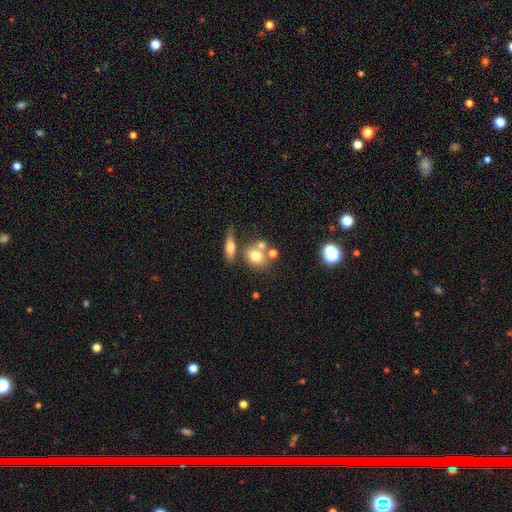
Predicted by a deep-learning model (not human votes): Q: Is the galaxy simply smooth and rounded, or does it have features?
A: smooth — 70%.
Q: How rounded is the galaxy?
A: round — 65%.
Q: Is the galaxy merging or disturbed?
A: none — 47%.